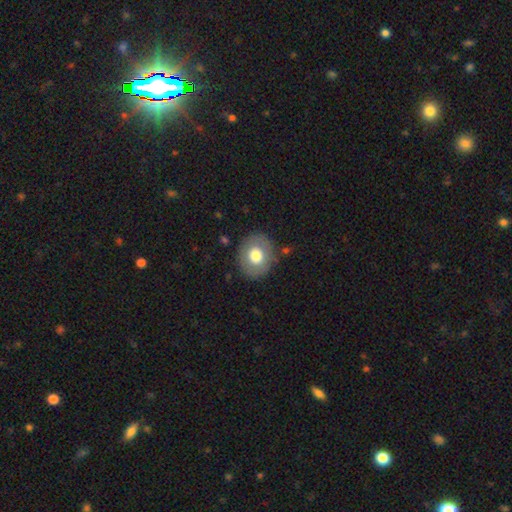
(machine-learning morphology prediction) This is likely a smooth galaxy (69%). How rounded: likely round (72%). Merging: clearly none (85%).